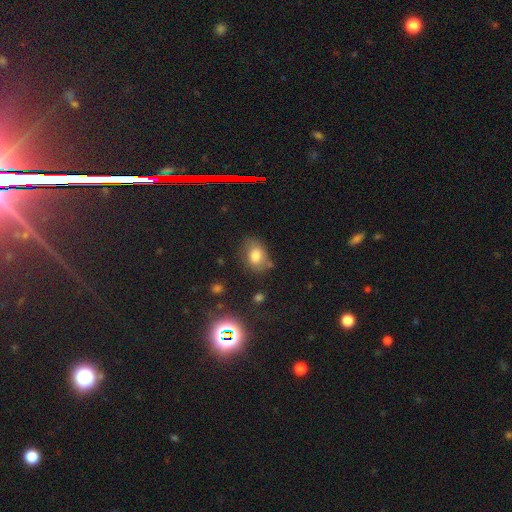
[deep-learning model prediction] Q: Smooth or featured?
A: smooth (76%); runner-up: star or artifact (12%)
Q: How rounded?
A: in between (72%); runner-up: round (27%)
Q: Merging?
A: none (66%); runner-up: minor disturbance (21%)